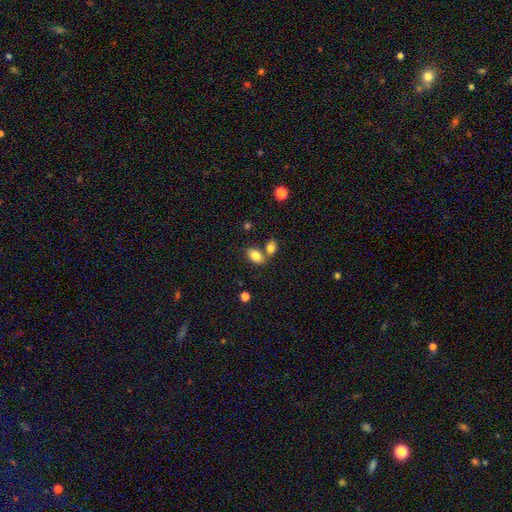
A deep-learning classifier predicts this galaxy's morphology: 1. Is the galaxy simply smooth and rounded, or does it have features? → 82% smooth, 9% featured or disk, 8% star or artifact.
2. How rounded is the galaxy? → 89% in between, 9% round, 2% cigar-shaped.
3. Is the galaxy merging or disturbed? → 57% none, 29% merger, 11% minor disturbance, 3% major disturbance.